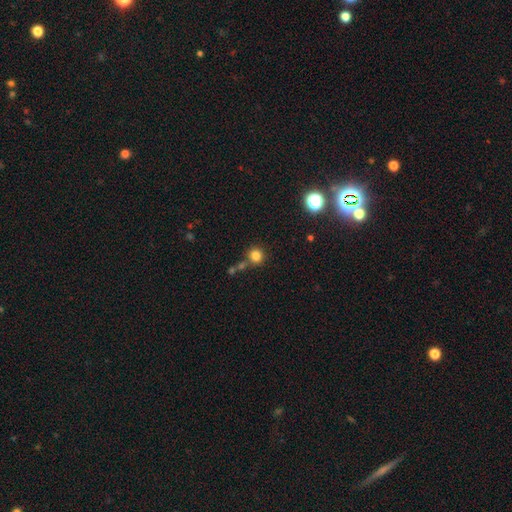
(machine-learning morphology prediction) Smooth or featured: smooth — 81% (star or artifact — 14%)
How rounded: round — 90% (in between — 9%)
Merging: none — 72% (merger — 14%)